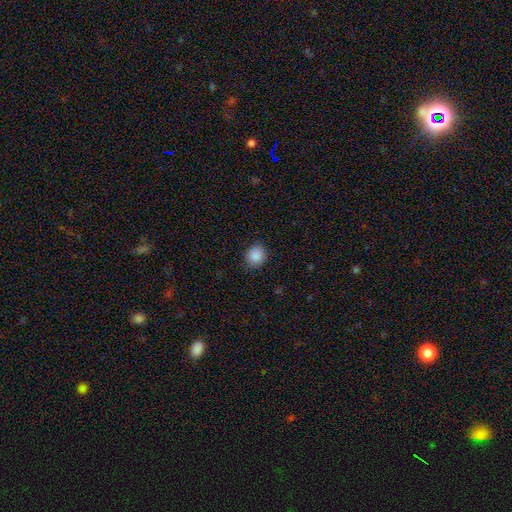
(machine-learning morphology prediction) This is clearly a smooth galaxy (88%). How rounded: likely round (78%). Merging: clearly none (87%).